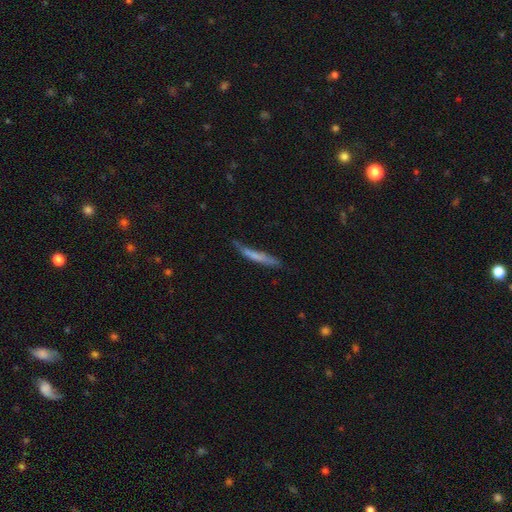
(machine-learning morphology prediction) A smooth galaxy with no disk features (60%) that is cigar-shaped (94%). Merging: none (59%).